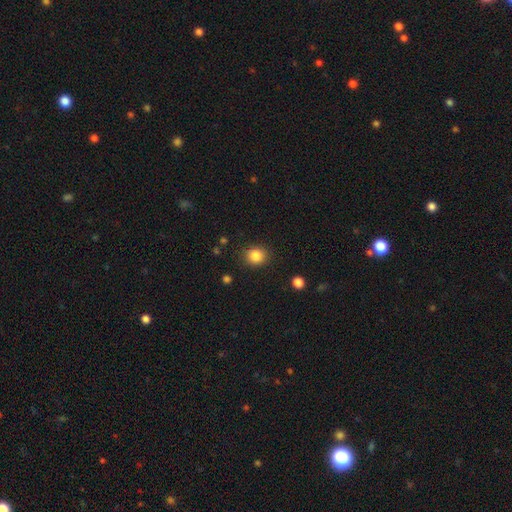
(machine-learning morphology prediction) Smooth or featured? Predicted: smooth (p=0.85). How rounded? Predicted: round (p=0.78). Merging? Predicted: none (p=0.88).